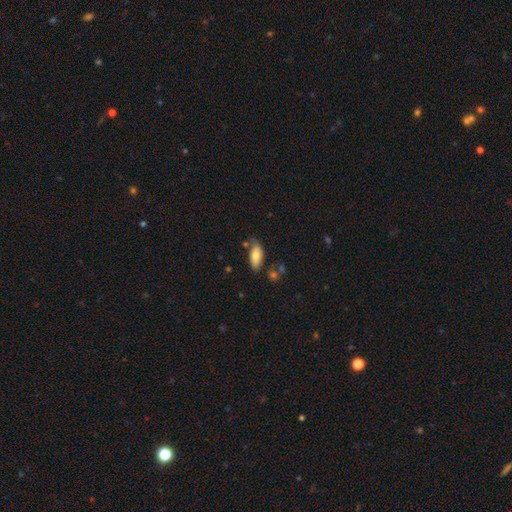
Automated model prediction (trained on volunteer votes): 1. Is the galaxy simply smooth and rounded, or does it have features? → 76% smooth, 17% featured or disk, 7% star or artifact.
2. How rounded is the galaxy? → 87% in between, 10% cigar-shaped, 2% round.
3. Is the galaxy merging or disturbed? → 64% none, 23% minor disturbance, 7% merger, 6% major disturbance.